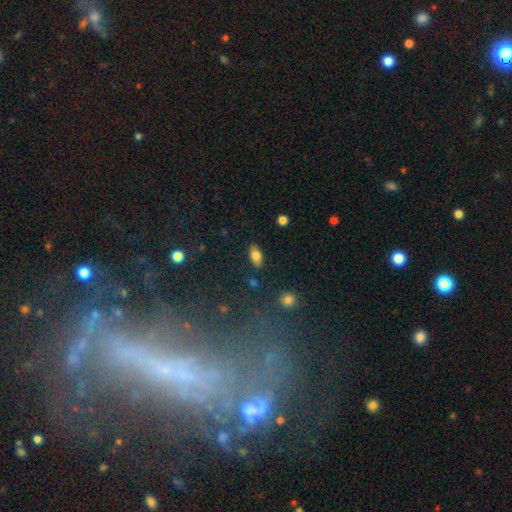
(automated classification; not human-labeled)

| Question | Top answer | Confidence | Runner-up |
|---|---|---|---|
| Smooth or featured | smooth | 79% | featured or disk (12%) |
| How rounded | in between | 91% | round (5%) |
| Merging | none | 86% | minor disturbance (10%) |